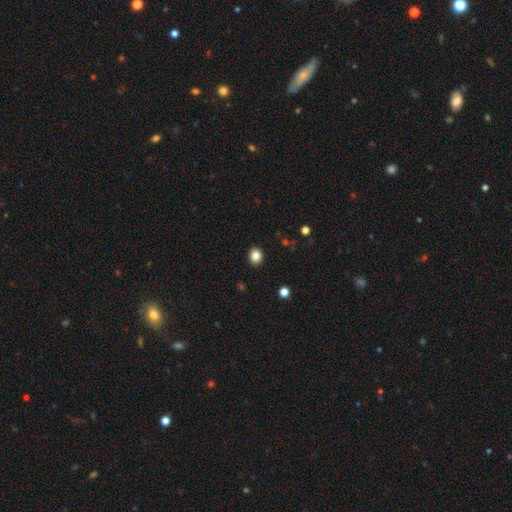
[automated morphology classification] Smooth or featured? Predicted: smooth (p=0.85). How rounded? Predicted: round (p=0.62). Merging? Predicted: none (p=0.91).